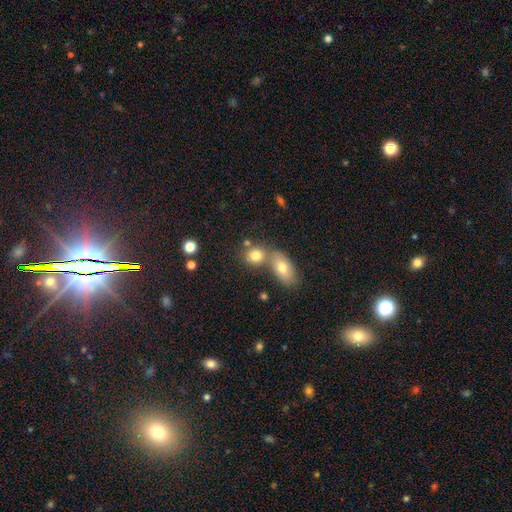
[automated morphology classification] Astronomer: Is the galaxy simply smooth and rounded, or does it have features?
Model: smooth — 78%.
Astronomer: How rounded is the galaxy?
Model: round — 58% (runner-up: in between, 39%).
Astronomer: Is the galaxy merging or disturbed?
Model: none — 45% (runner-up: merger, 43%).